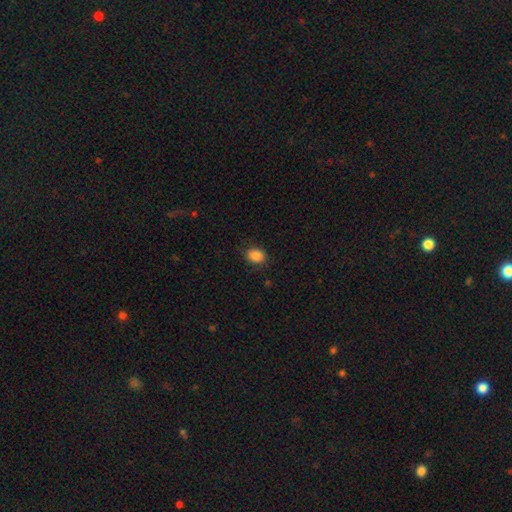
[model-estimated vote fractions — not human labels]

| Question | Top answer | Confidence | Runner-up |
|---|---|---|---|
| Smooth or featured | smooth | 87% | star or artifact (9%) |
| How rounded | in between | 58% | round (41%) |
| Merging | none | 86% | minor disturbance (10%) |